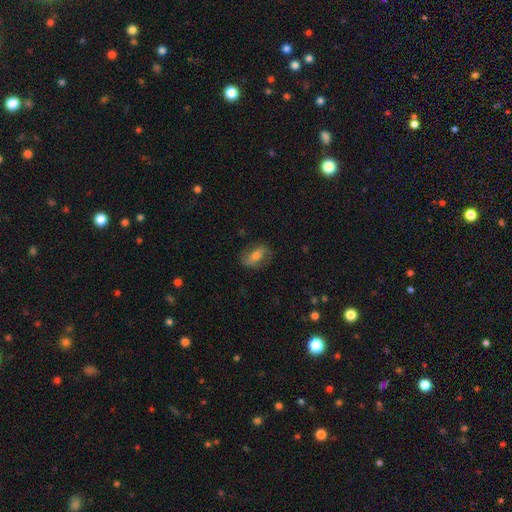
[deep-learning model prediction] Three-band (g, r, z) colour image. It shows a smooth galaxy with no disk features (48%). Merging: none (74%).